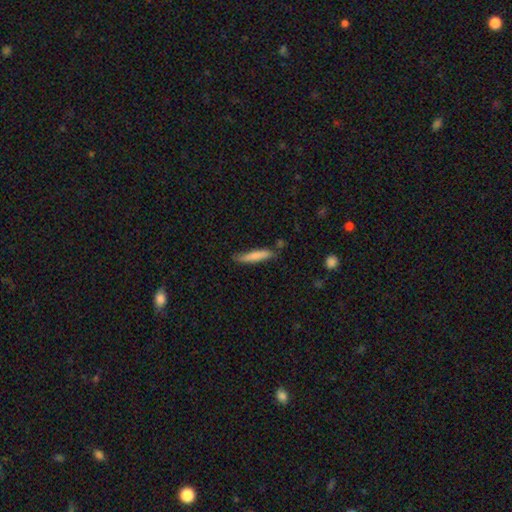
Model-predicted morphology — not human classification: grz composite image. It shows a smooth galaxy with no disk features (77%) that is cigar-shaped (91%). Merging: none (72%).